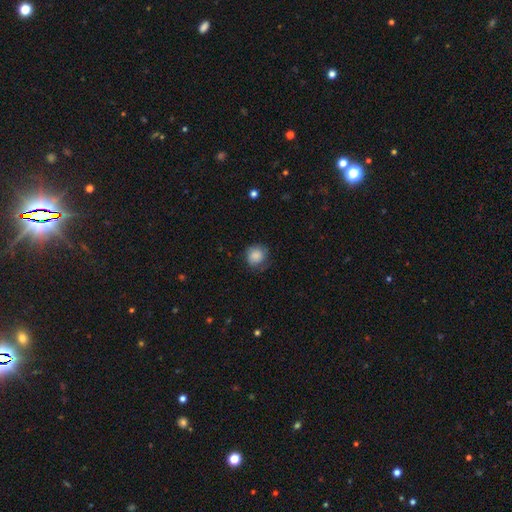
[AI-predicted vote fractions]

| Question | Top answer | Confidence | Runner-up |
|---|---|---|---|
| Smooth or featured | smooth | 84% | featured or disk (9%) |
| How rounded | round | 87% | in between (12%) |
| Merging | none | 68% | minor disturbance (23%) |